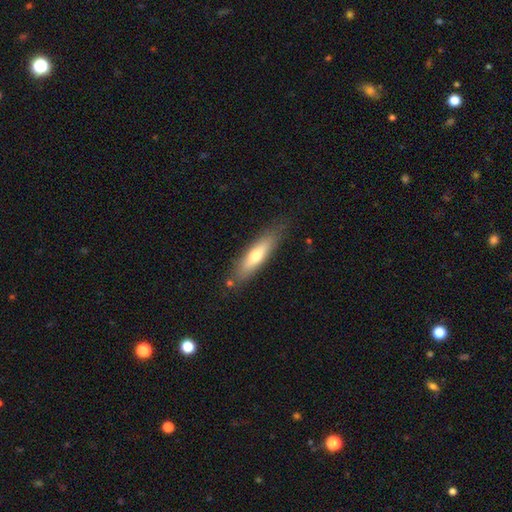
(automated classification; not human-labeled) A smooth galaxy with no disk features (59%) that is cigar-shaped (69%).

Vote fractions:
- Smooth or featured? smooth: 59% / featured or disk: 35% / star or artifact: 6%
- How rounded? cigar-shaped: 69% / in between: 29% / round: 2%
- Merging? none: 80% / minor disturbance: 14% / major disturbance: 4% / merger: 3%